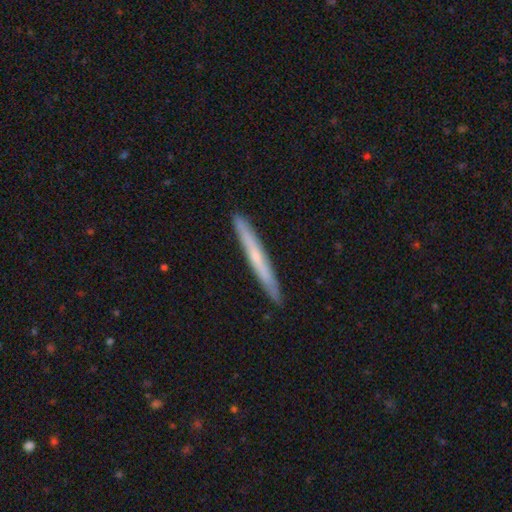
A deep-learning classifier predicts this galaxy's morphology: Smooth or featured? Predicted: smooth (p=0.50). Merging? Predicted: none (p=0.91).